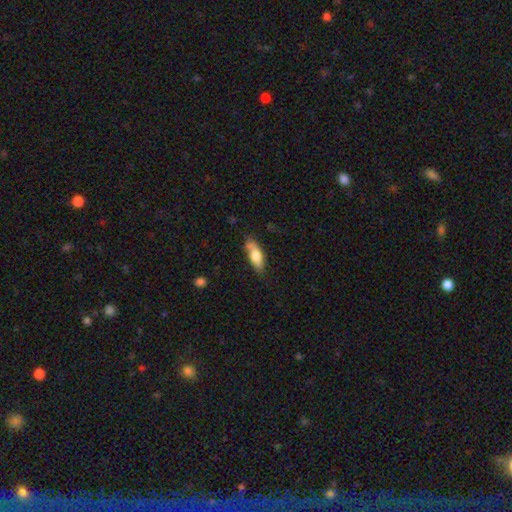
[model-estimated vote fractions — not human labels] smooth-or-featured: smooth: 71% | featured or disk: 23% | star or artifact: 6%
  how-rounded: in between: 68% | cigar-shaped: 30% | round: 3%
  merging: none: 63% | minor disturbance: 26% | major disturbance: 6% | merger: 5%